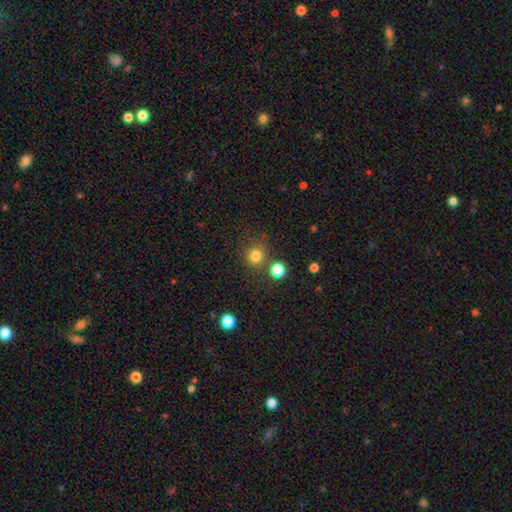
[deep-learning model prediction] Morphology: type=smooth (80%); roundness=round (90%); merging=none (78%).